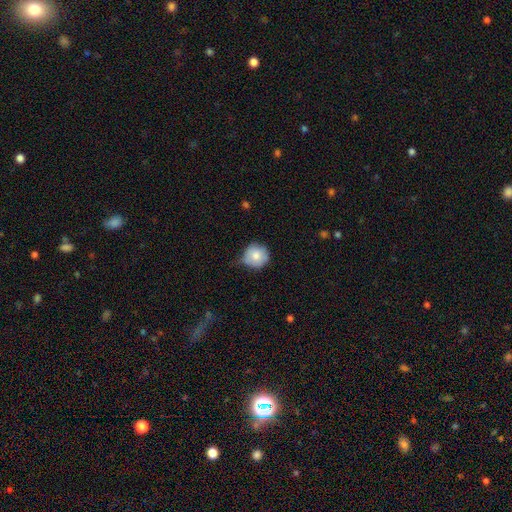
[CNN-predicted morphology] smooth 77%, featured or disk 15%, star or artifact 8%. Down the decision tree: how rounded — round (91%); merging — none (54%).